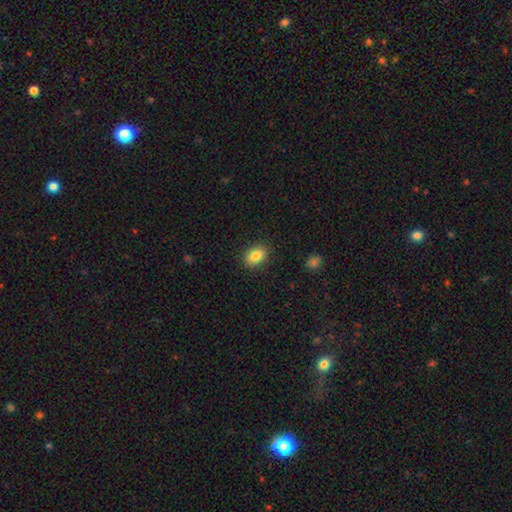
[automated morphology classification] Overall: smooth (85%). How rounded: in between (76%). Merging: none (88%).